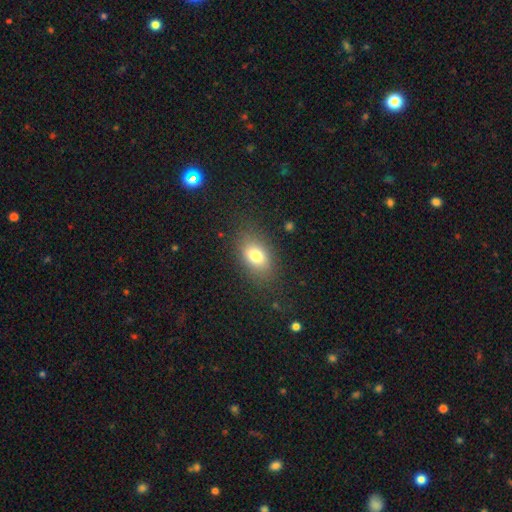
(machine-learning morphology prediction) The model was most divided on "how rounded": in between: 81%, round: 17%, cigar-shaped: 2%. More confident: merging — none (81%); smooth or featured — smooth (77%).